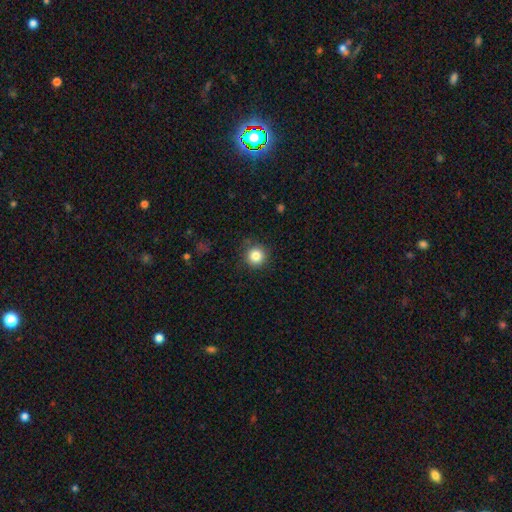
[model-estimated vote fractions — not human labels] A smooth galaxy with no disk features (84%) that is round (95%).

Vote fractions:
- Smooth or featured? smooth: 84% / star or artifact: 11% / featured or disk: 5%
- How rounded? round: 95% / in between: 4% / cigar-shaped: 1%
- Merging? none: 88% / minor disturbance: 8% / major disturbance: 2% / merger: 1%